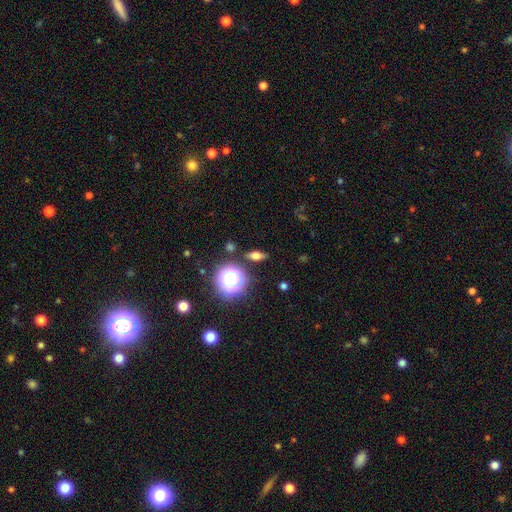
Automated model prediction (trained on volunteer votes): Q: Smooth or featured?
A: smooth (59%); runner-up: featured or disk (20%)
Q: How rounded?
A: in between (53%); runner-up: round (24%)
Q: Merging?
A: none (85%); runner-up: minor disturbance (9%)